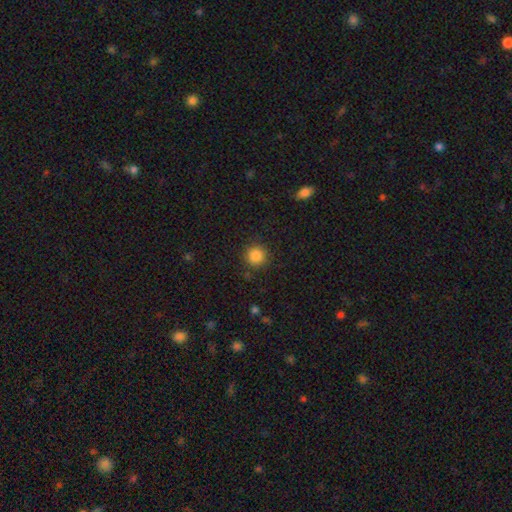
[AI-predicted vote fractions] smooth 85%, star or artifact 11%, featured or disk 4%. Down the decision tree: how rounded — round (95%); merging — none (89%).